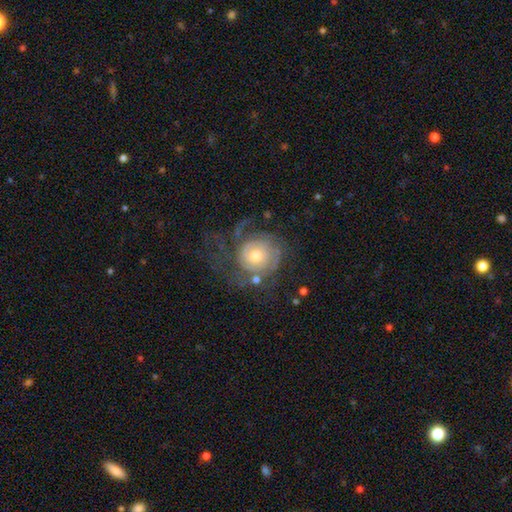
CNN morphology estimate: smooth-or-featured: featured or disk: 79% | smooth: 14% | star or artifact: 7%
  disk-edge-on: no: 98% | yes: 2%
    bar: no: 78% | weak: 19% | strong: 4%
    has-spiral-arms: yes: 91% | no: 9%
      spiral-winding: tight: 63% | medium: 26% | loose: 12%
      spiral-arm-count: can't tell: 35% | 2: 32% | 3: 14% | 1: 8% | 4: 6% | more than 4: 5%
    bulge-size: moderate: 56% | small: 35% | large: 6% | none: 1% | dominant: 1%
  merging: none: 54% | major disturbance: 26% | minor disturbance: 17% | merger: 3%